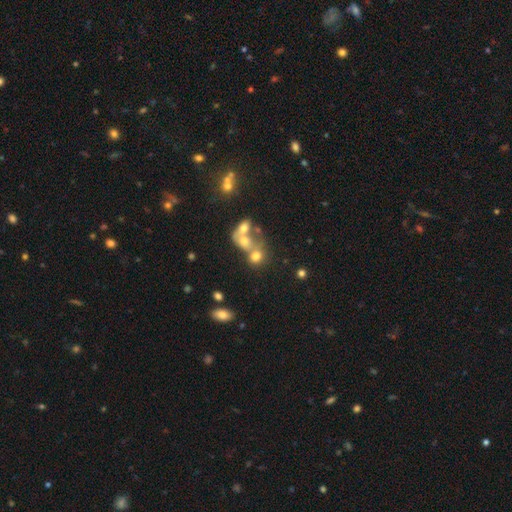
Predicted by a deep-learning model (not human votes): The model was most divided on "merging": merger: 46%, none: 39%, minor disturbance: 8%, major disturbance: 7%. Remaining: smooth or featured — smooth (46%).